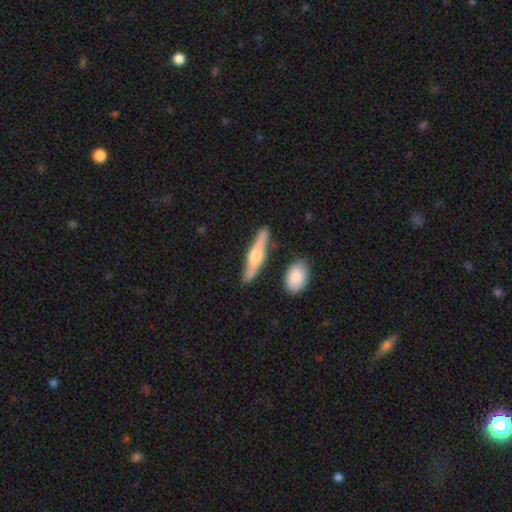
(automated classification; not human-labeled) Smooth or featured?
  - featured or disk: 58% *
  - smooth: 37%
  - star or artifact: 5%
Edge-on disk?
  - yes: 93% *
  - no: 7%
Edge-on bulge?
  - rounded: 86% *
  - boxy: 9%
  - none: 4%
Merging?
  - none: 82% *
  - minor disturbance: 11%
  - merger: 5%
  - major disturbance: 2%